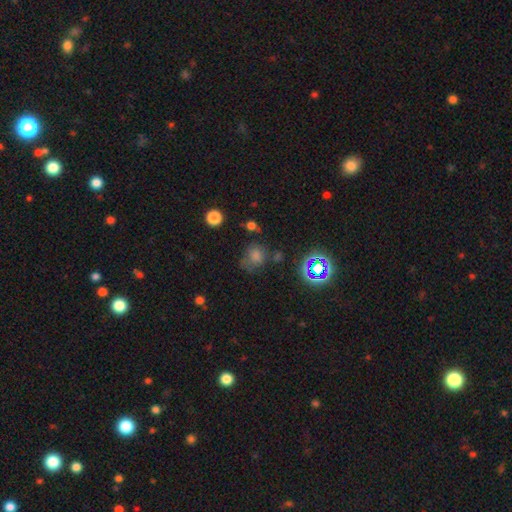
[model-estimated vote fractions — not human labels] Smooth or featured? smooth (55%)
How rounded? round (72%)
Merging? none (61%)